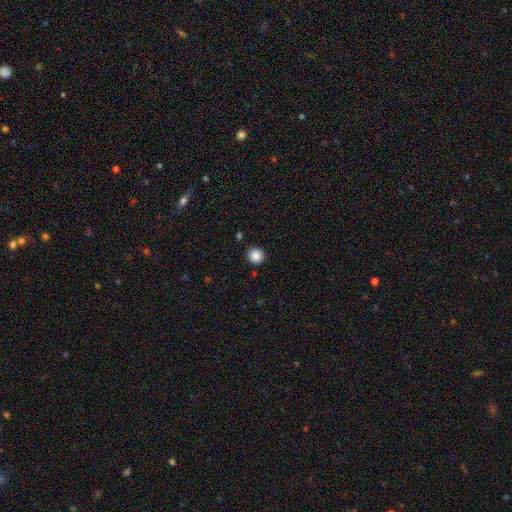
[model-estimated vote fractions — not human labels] smooth_or_featured: smooth (p=0.87) [alt: star or artifact p=0.10]
how_rounded: round (p=0.93) [alt: in between p=0.06]
merging: none (p=0.91) [alt: minor disturbance p=0.05]